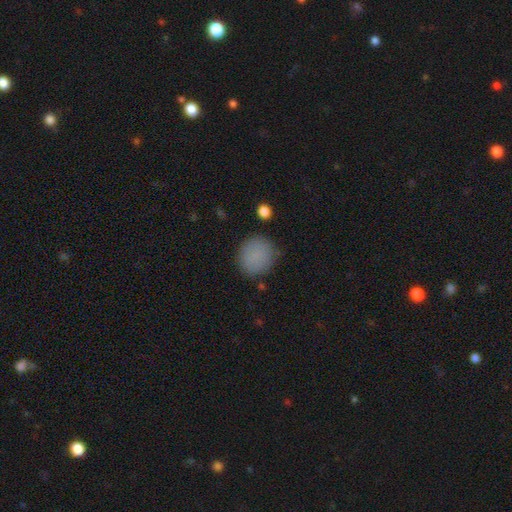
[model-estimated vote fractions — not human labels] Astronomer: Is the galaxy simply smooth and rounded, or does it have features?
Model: smooth — 84%.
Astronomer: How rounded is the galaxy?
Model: round — 84%.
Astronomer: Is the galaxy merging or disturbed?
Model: none — 82%.